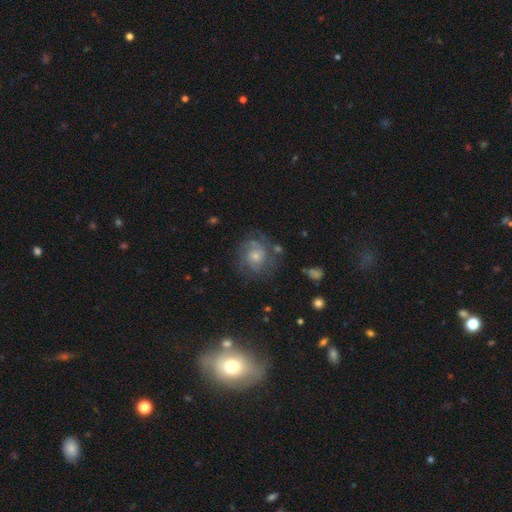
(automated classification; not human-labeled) This appears to be a featured or disk galaxy (73%) with no bar (73%), 2 (35%) tight (60%) spiral arms (94%) and a moderate central bulge (50%). Merging: none (76%).